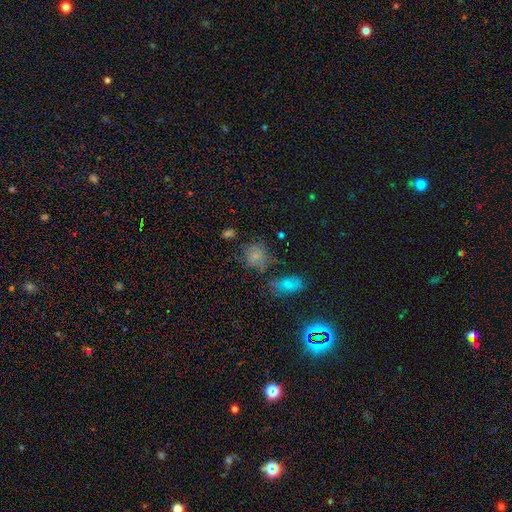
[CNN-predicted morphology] smooth_or_featured: smooth (p=0.72) [alt: star or artifact p=0.17]
how_rounded: round (p=0.70) [alt: in between p=0.29]
merging: none (p=0.59) [alt: minor disturbance p=0.20]